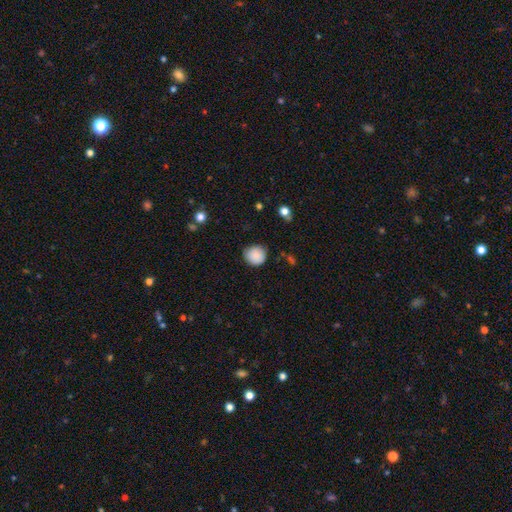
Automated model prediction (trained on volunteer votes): Smooth or featured? smooth (88%)
How rounded? round (89%)
Merging? none (81%)